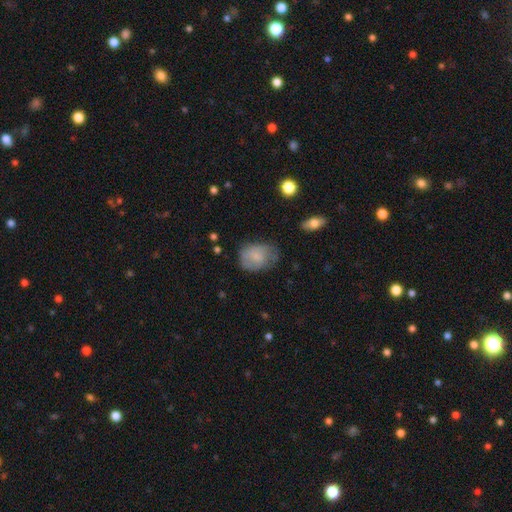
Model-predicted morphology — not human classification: type=smooth (73%); roundness=in between (63%); merging=none (56%).